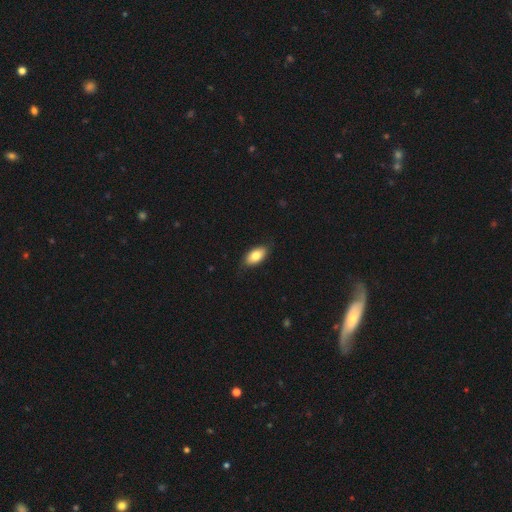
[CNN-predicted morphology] Overall: smooth (83%). How rounded: in between (93%). Merging: none (84%).